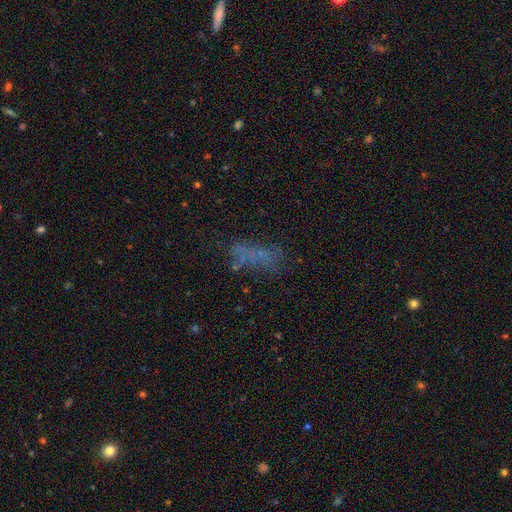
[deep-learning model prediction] smooth_or_featured: smooth (p=0.50) [alt: star or artifact p=0.26]
how_rounded: in between (p=0.53) [alt: cigar-shaped p=0.41]
merging: none (p=0.56) [alt: minor disturbance p=0.20]